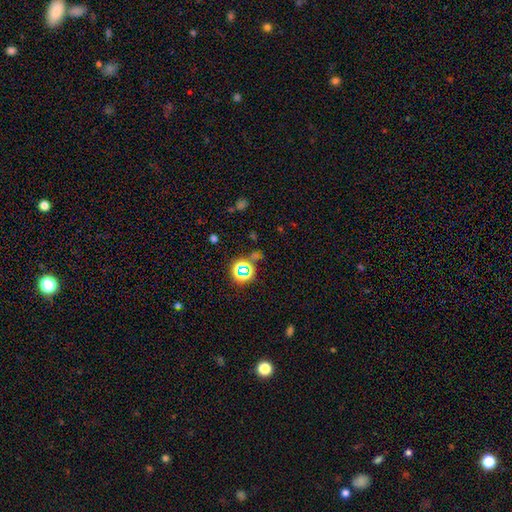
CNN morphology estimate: Smooth or featured? star or artifact (67%)